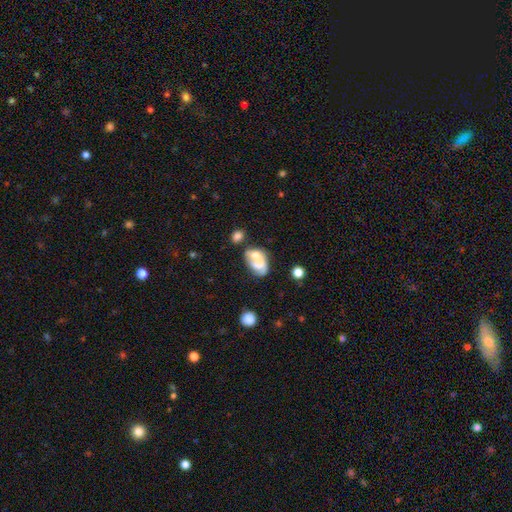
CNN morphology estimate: smooth-or-featured: smooth: 52% | featured or disk: 39% | star or artifact: 9%
  how-rounded: in between: 77% | round: 22% | cigar-shaped: 2%
  merging: merger: 60% | none: 19% | minor disturbance: 12% | major disturbance: 10%